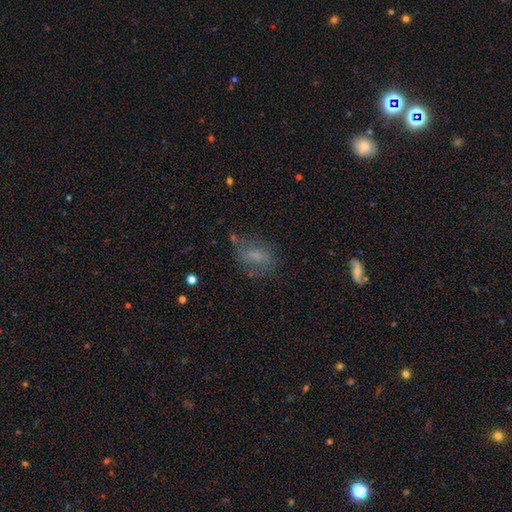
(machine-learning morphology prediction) Overall: smooth (53%; featured or disk 33%). How rounded: in between (75%). Merging: none (57%; minor disturbance 23%).